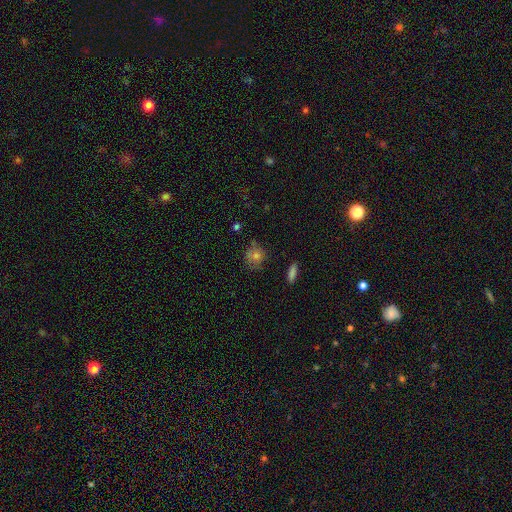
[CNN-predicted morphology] A smooth galaxy with no disk features (70%) that is round (82%). Merging: none (70%).